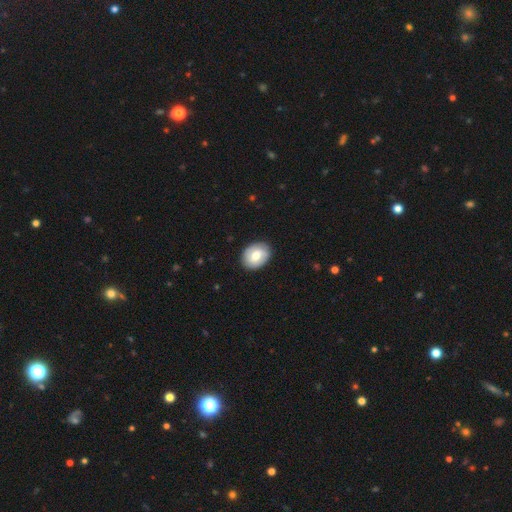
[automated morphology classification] smooth_or_featured: smooth (p=0.57) [alt: featured or disk p=0.37]
how_rounded: in between (p=0.57) [alt: round p=0.42]
merging: none (p=0.86) [alt: minor disturbance p=0.10]